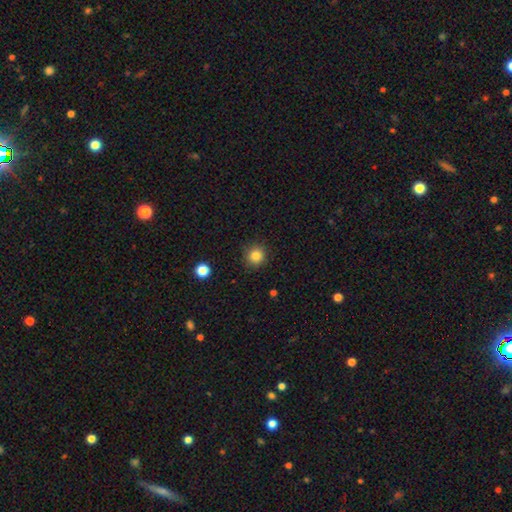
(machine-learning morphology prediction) Smooth or featured? Predicted: smooth (p=0.83). How rounded? Predicted: round (p=0.93). Merging? Predicted: none (p=0.90).